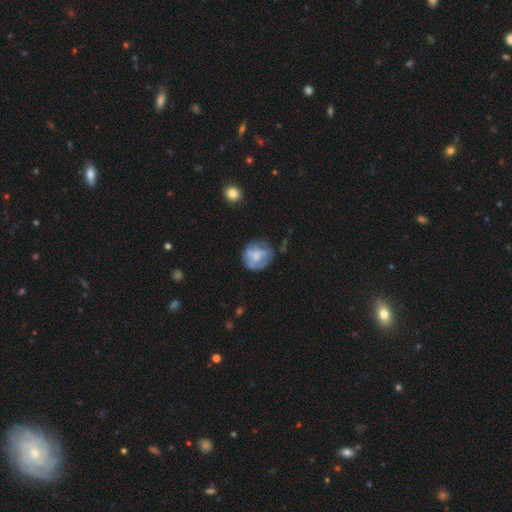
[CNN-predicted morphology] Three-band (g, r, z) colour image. It shows a smooth galaxy with no disk features (48%). Merging: none (56%).